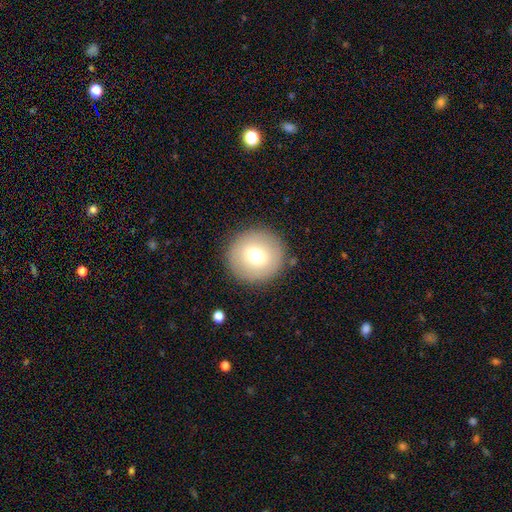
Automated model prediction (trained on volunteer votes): The model was most divided on "smooth or featured": smooth: 70%, featured or disk: 20%, star or artifact: 10%. More confident: how rounded — round (96%); merging — none (89%).